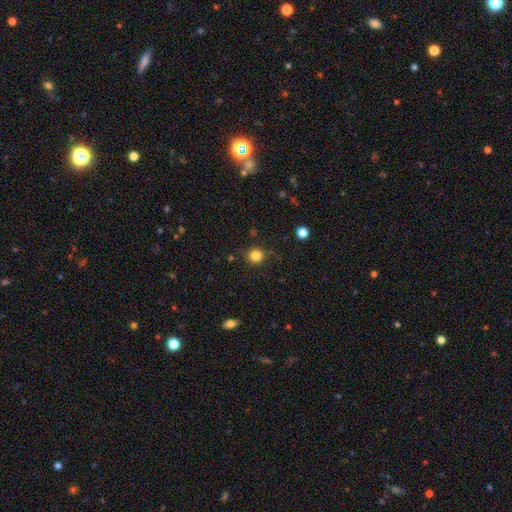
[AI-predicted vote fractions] This appears to be a smooth galaxy with no disk features (83%) that is round (91%). Merging: none (87%).